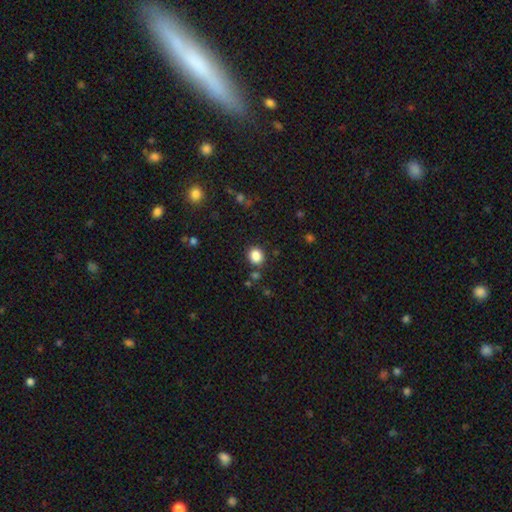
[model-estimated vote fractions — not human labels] Smooth or featured? Predicted: smooth (p=0.85). How rounded? Predicted: round (p=0.74). Merging? Predicted: none (p=0.85).